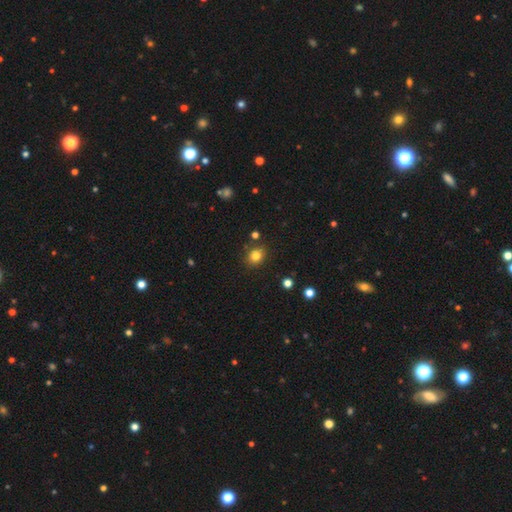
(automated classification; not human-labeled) smooth 81%, star or artifact 13%, featured or disk 7%. Down the decision tree: how rounded — round (66%); merging — none (84%).